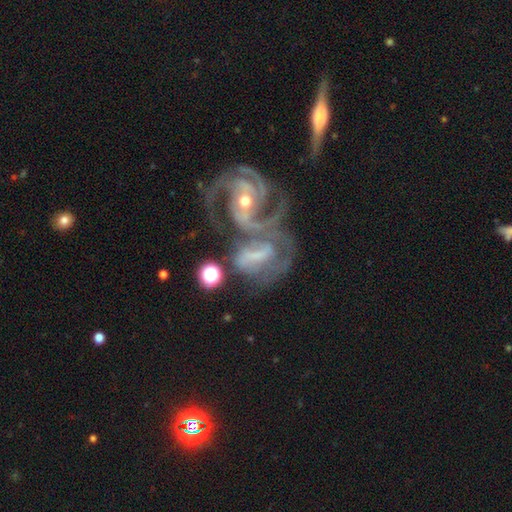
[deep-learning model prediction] smooth-or-featured: featured or disk: 81% | smooth: 11% | star or artifact: 8%
  disk-edge-on: no: 97% | yes: 3%
    bar: weak: 36% | strong: 34% | no: 30%
    has-spiral-arms: yes: 92% | no: 8%
      spiral-winding: tight: 46% | medium: 43% | loose: 11%
      spiral-arm-count: 2: 38% | 3: 24% | can't tell: 23% | 1: 6% | 4: 5% | more than 4: 4%
    bulge-size: moderate: 45% | small: 41% | none: 9% | large: 4% | dominant: 2%
  merging: merger: 55% | none: 20% | major disturbance: 14% | minor disturbance: 11%